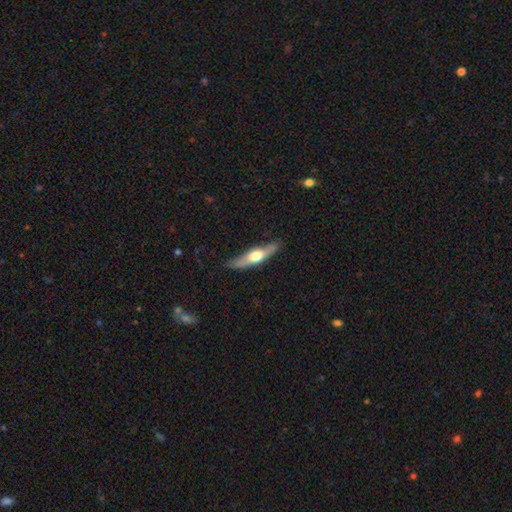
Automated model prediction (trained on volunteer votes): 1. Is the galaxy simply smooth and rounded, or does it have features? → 61% featured or disk, 34% smooth, 5% star or artifact.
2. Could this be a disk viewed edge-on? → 92% yes, 8% no.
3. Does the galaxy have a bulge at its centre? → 91% rounded, 6% boxy, 3% none.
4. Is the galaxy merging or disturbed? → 83% none, 13% minor disturbance, 3% major disturbance, 1% merger.